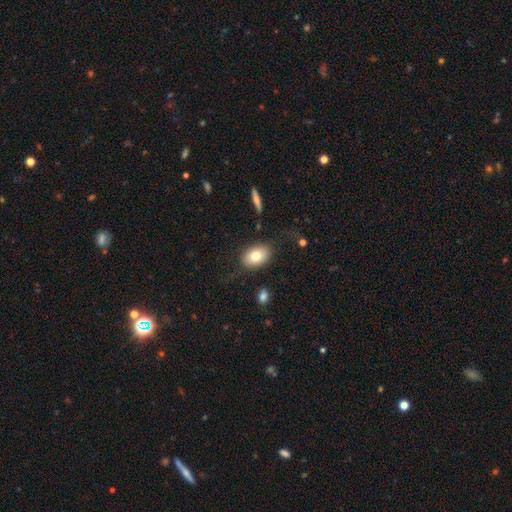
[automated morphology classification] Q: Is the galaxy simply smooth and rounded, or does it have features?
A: smooth — 77%.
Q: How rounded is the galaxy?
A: in between — 84%.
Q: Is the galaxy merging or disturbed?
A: none — 80%.